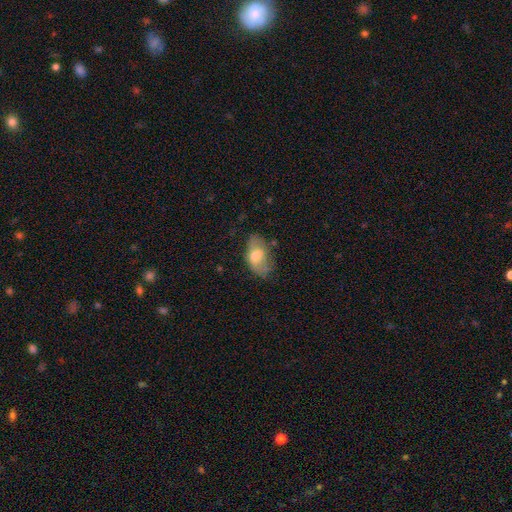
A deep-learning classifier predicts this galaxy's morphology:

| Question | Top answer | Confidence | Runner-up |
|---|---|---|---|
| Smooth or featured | smooth | 60% | featured or disk (33%) |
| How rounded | in between | 92% | round (6%) |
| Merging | none | 53% | minor disturbance (30%) |